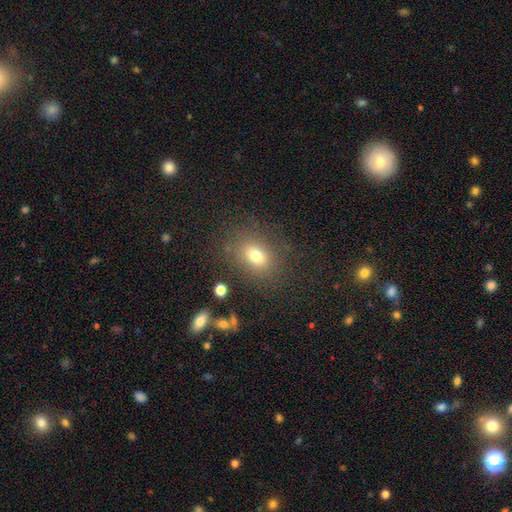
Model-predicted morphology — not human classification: A smooth galaxy with no disk features (75%) that is in between round and cigar-shaped (67%). Merging: none (80%).